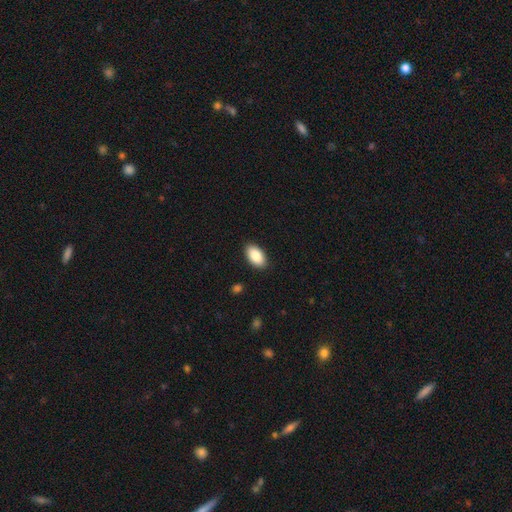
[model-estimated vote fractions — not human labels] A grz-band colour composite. It shows a smooth galaxy with no disk features (89%) that is in between round and cigar-shaped (95%). Merging: none (90%).